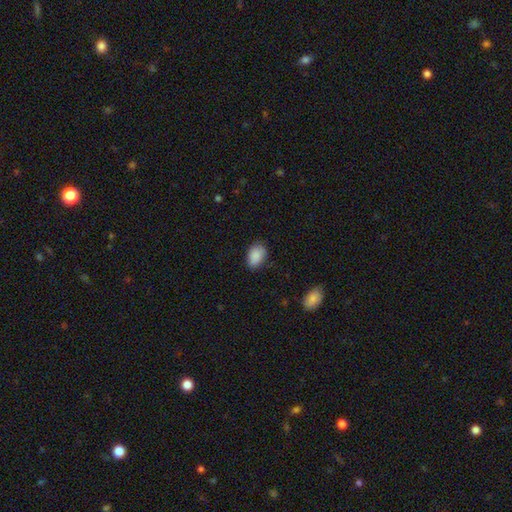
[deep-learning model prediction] The model was most divided on "merging": none: 76%, minor disturbance: 19%, major disturbance: 3%, merger: 1%. More confident: smooth or featured — smooth (89%); how rounded — in between (86%).